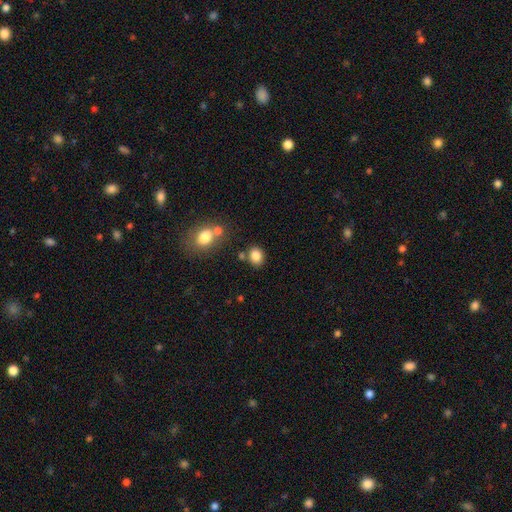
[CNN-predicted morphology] Overall: smooth (84%). How rounded: round (54%; in between 45%). Merging: none (73%).